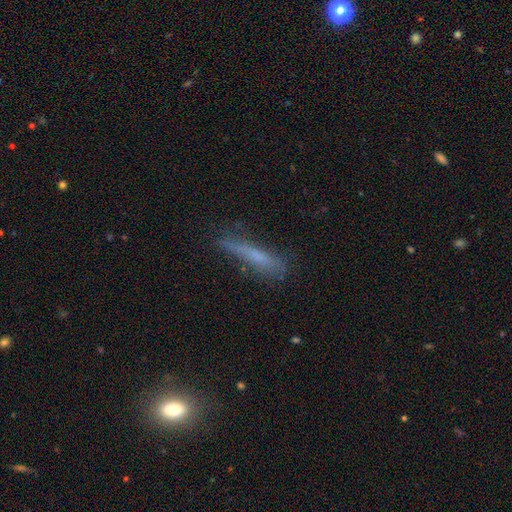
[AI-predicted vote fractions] Smooth or featured? Predicted: smooth (p=0.55). How rounded? Predicted: cigar-shaped (p=0.89). Merging? Predicted: none (p=0.63).